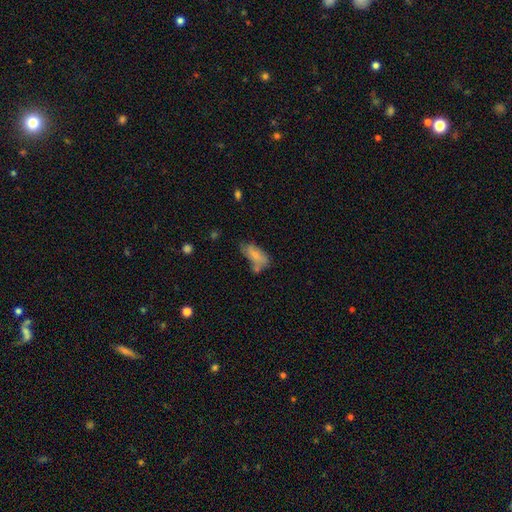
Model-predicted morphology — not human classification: This is likely a smooth galaxy (71%). How rounded: clearly in between (86%). Merging: marginally none (37%).